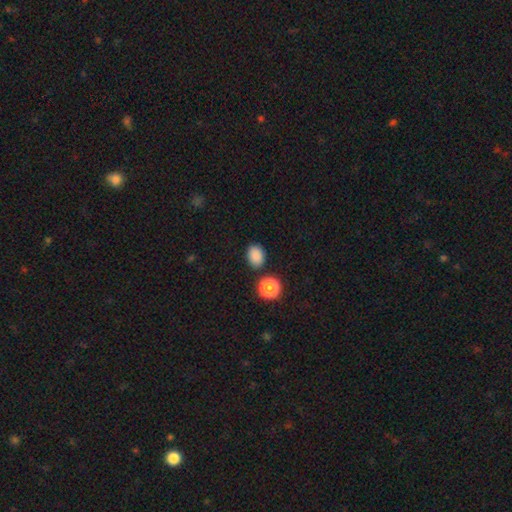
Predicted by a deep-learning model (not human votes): A smooth galaxy with no disk features (85%) that is in between round and cigar-shaped (64%).

Vote fractions:
- Smooth or featured? smooth: 85% / star or artifact: 11% / featured or disk: 3%
- How rounded? in between: 64% / round: 35% / cigar-shaped: 1%
- Merging? none: 83% / minor disturbance: 9% / merger: 5% / major disturbance: 3%